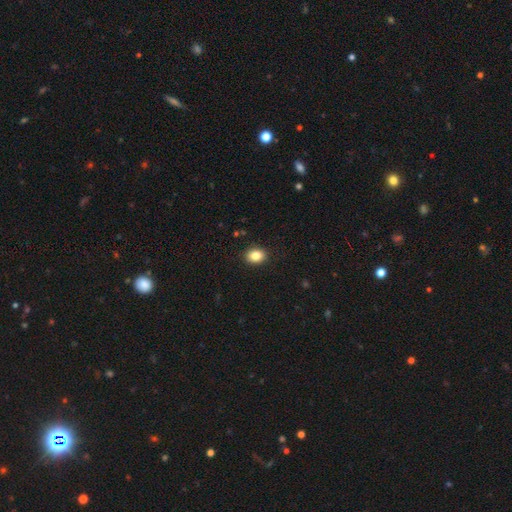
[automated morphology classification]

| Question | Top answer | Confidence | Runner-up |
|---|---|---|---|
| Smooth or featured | smooth | 85% | star or artifact (10%) |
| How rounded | in between | 55% | round (45%) |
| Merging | none | 90% | minor disturbance (7%) |